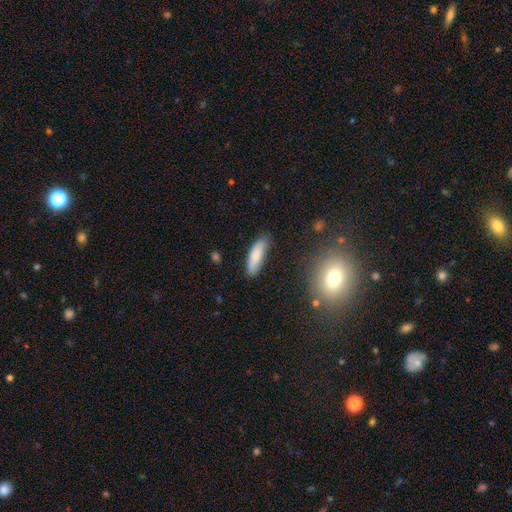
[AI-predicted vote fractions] This is clearly a smooth galaxy (81%). How rounded: possibly cigar-shaped (52%). Merging: likely none (80%).